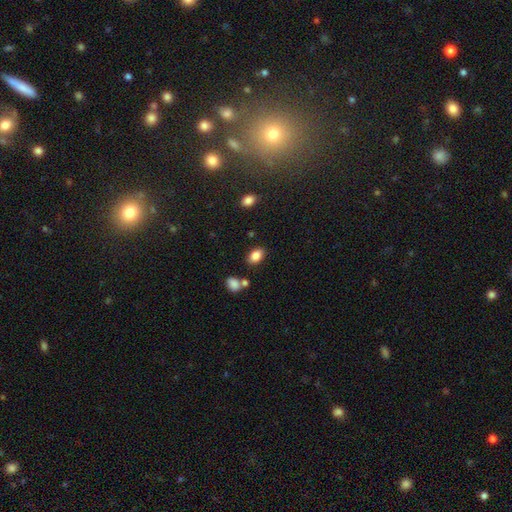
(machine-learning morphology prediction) A smooth galaxy with no disk features (85%) that is in between round and cigar-shaped (87%). Merging: none (79%).